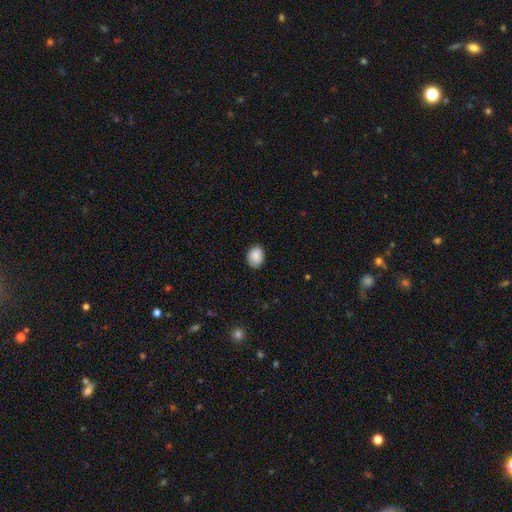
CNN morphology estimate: type=smooth (89%); roundness=in between (66%); merging=none (87%).